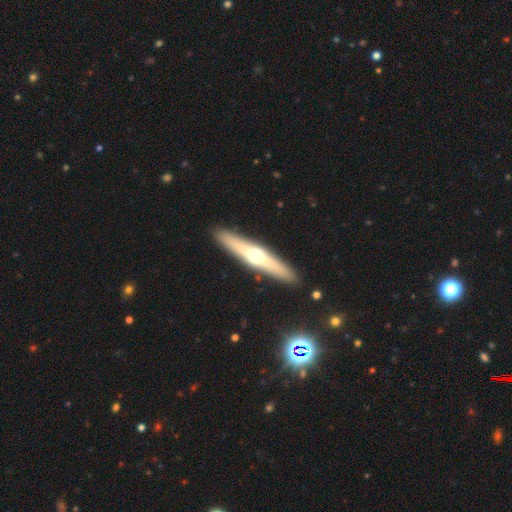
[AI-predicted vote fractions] Overall: featured or disk (57%; smooth 38%). Edge-on disk: yes (93%). Edge-on bulge: rounded (92%). Merging: none (91%).